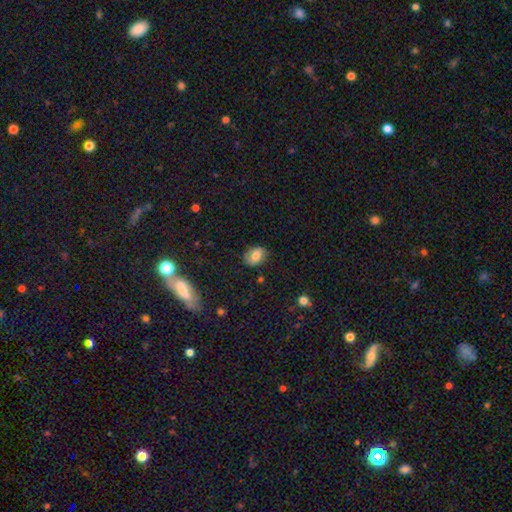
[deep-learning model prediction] A smooth galaxy with no disk features (75%) that is in between round and cigar-shaped (73%).

Vote fractions:
- Smooth or featured? smooth: 75% / featured or disk: 15% / star or artifact: 10%
- How rounded? in between: 73% / round: 26% / cigar-shaped: 1%
- Merging? none: 77% / minor disturbance: 18% / major disturbance: 4% / merger: 1%